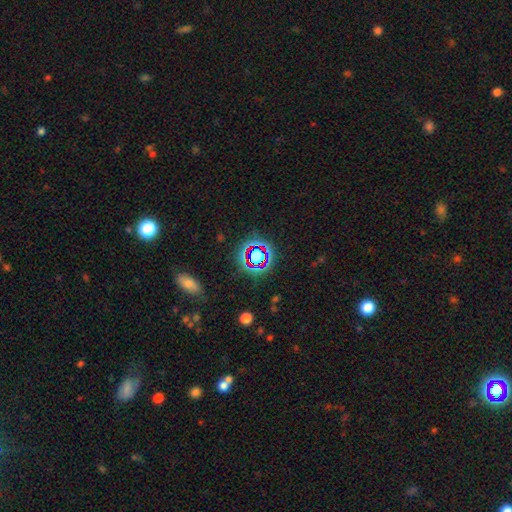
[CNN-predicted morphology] This is likely a star or artifact rather than a galaxy (63%).